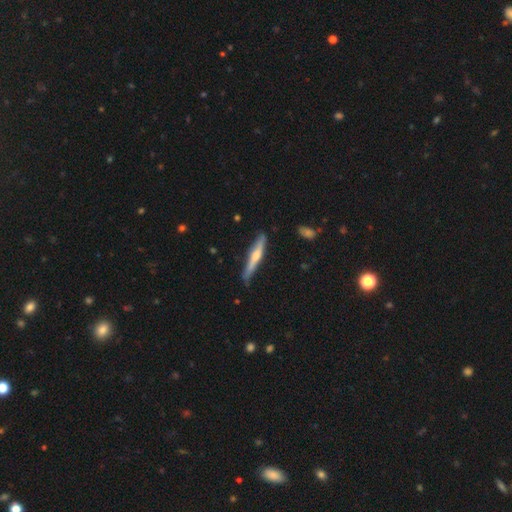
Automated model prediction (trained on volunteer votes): Smooth or featured: featured or disk — 60% (smooth — 35%)
Edge-on disk: yes — 95% (no — 5%)
Edge-on bulge: rounded — 79% (none — 14%)
Merging: none — 79% (minor disturbance — 16%)